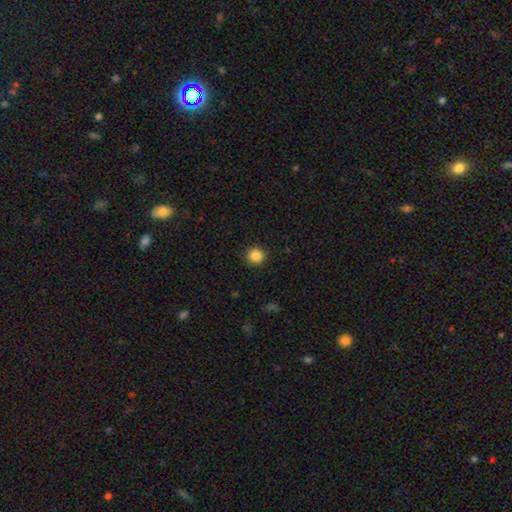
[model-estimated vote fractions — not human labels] Q: Smooth or featured?
A: smooth (86%); runner-up: star or artifact (10%)
Q: How rounded?
A: round (93%); runner-up: in between (6%)
Q: Merging?
A: none (91%); runner-up: minor disturbance (6%)